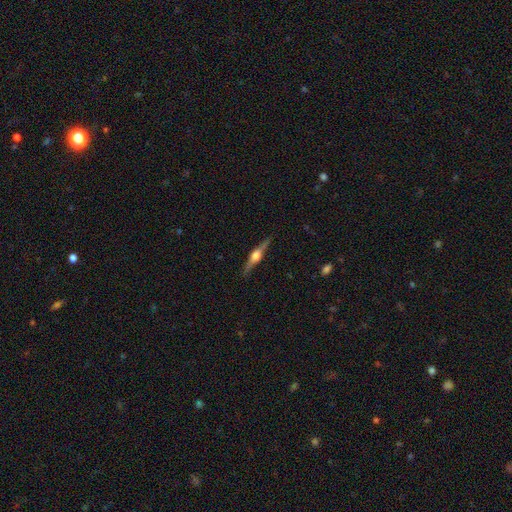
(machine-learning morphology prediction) Smooth or featured? Predicted: featured or disk (p=0.83). Edge-on disk? Predicted: yes (p=0.98). Edge-on bulge? Predicted: rounded (p=0.93). Merging? Predicted: none (p=0.89).